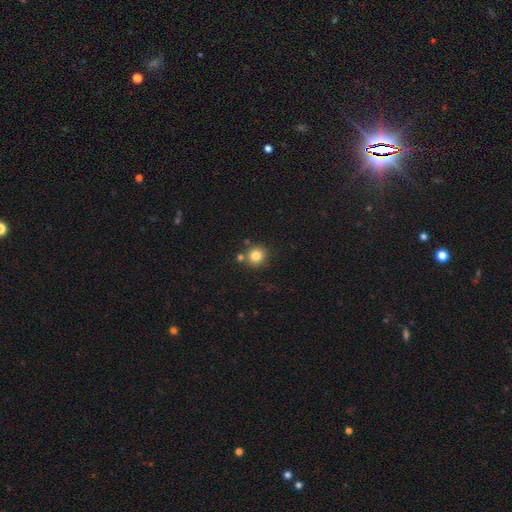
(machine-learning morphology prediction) This appears to be a smooth galaxy with no disk features (82%) that is round (91%). Merging: none (76%).